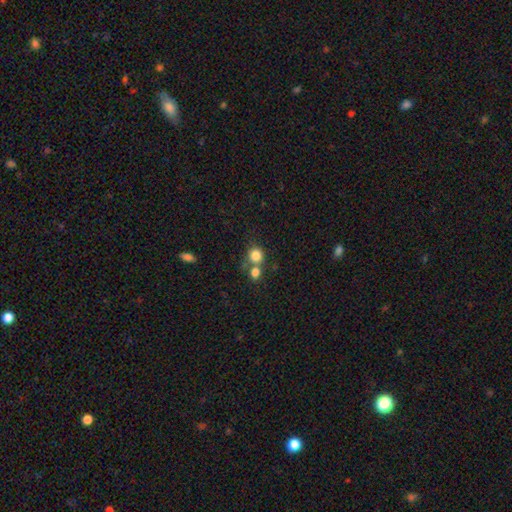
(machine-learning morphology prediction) smooth_or_featured: smooth (p=0.82) [alt: star or artifact p=0.11]
how_rounded: round (p=0.86) [alt: in between p=0.13]
merging: none (p=0.48) [alt: merger p=0.40]